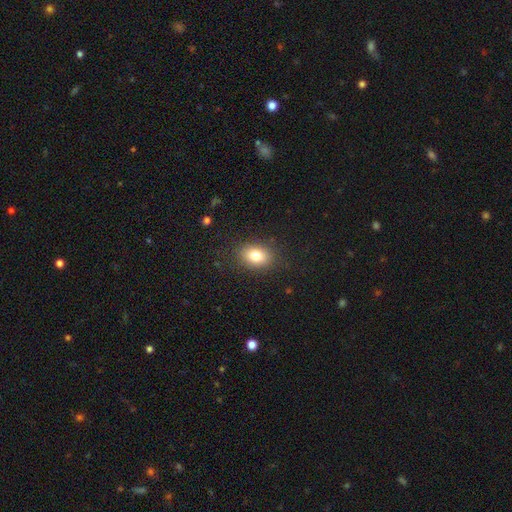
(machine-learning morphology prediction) Smooth or featured?
  - smooth: 80% *
  - featured or disk: 10%
  - star or artifact: 10%
How rounded?
  - in between: 74% *
  - round: 25%
  - cigar-shaped: 1%
Merging?
  - none: 85% *
  - minor disturbance: 10%
  - major disturbance: 4%
  - merger: 1%